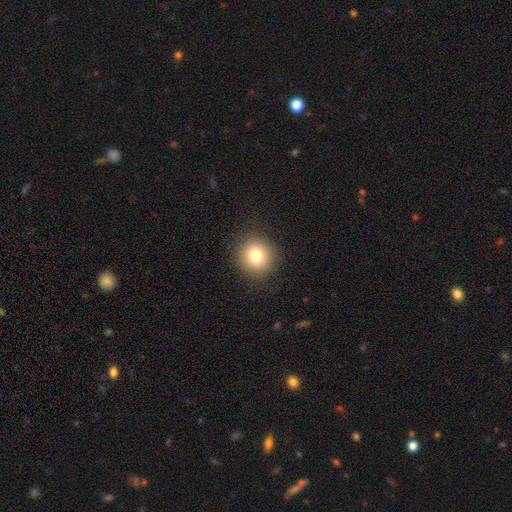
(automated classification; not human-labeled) This is likely a smooth galaxy (80%). How rounded: clearly round (91%). Merging: clearly none (90%).